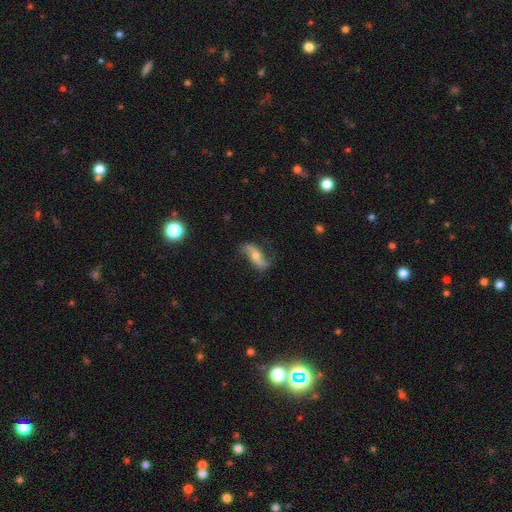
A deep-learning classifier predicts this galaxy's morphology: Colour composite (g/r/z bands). It shows a featured or disk galaxy (76%) with no bar (48%), 2 (92%) loose (83%) spiral arms (91%) and a moderate central bulge (55%). Merging: none (73%).